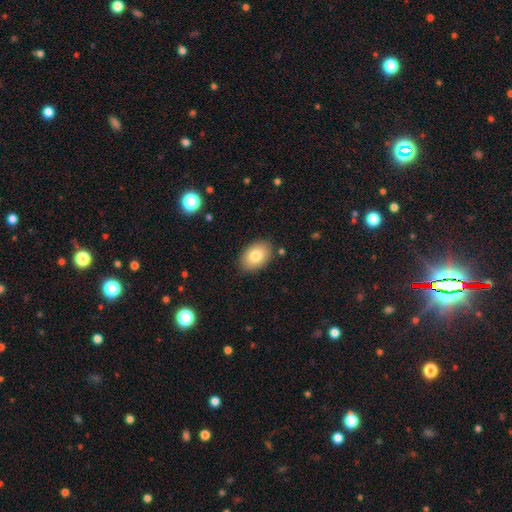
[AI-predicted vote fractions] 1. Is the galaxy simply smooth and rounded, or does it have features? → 81% smooth, 11% featured or disk, 8% star or artifact.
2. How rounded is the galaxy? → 85% in between, 13% round, 1% cigar-shaped.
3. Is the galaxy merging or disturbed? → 86% none, 10% minor disturbance, 2% major disturbance, 2% merger.